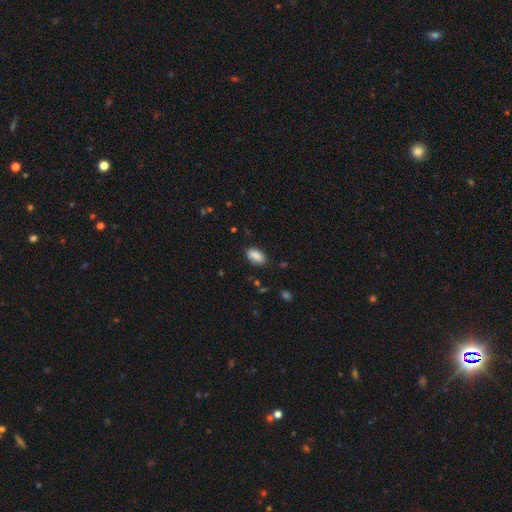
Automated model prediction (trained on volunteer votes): Overall: smooth (89%). How rounded: in between (92%). Merging: none (85%).